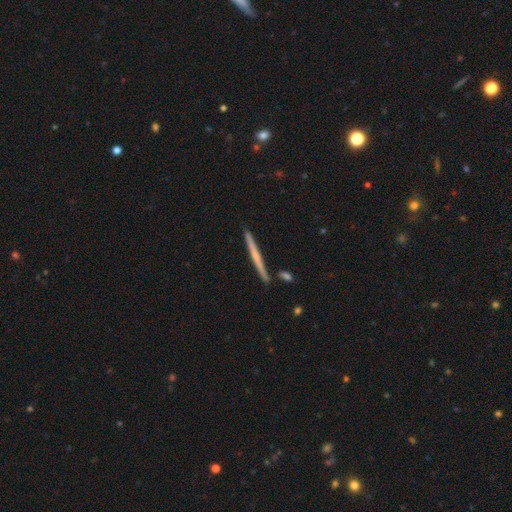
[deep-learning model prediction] smooth_or_featured: featured or disk (p=0.55) [alt: smooth p=0.40]
disk_edge_on: yes (p=0.98) [alt: no p=0.02]
edge_on_bulge: none (p=0.68) [alt: rounded p=0.25]
merging: none (p=0.88) [alt: minor disturbance p=0.07]